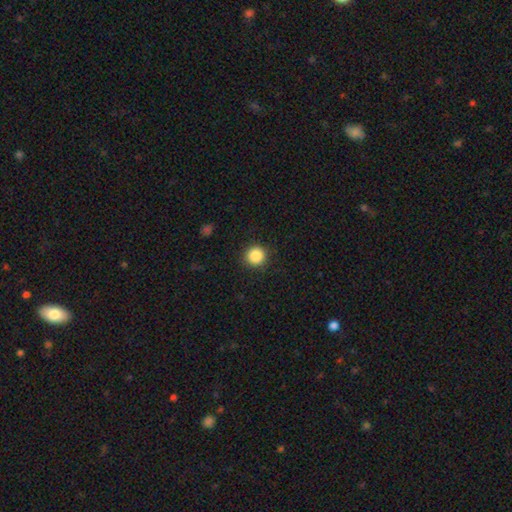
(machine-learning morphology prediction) The model was most divided on "smooth or featured": smooth: 87%, star or artifact: 10%, featured or disk: 3%. More confident: how rounded — round (95%); merging — none (91%).